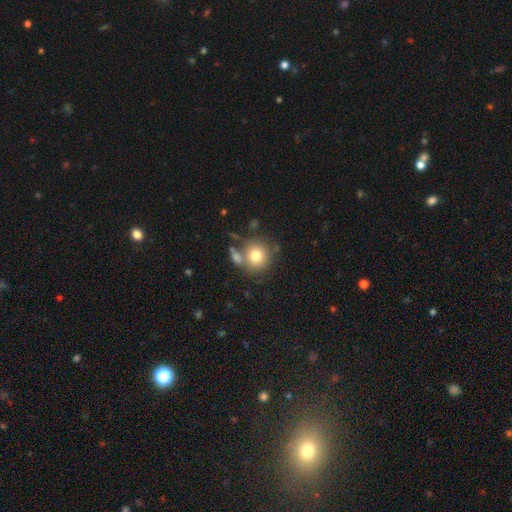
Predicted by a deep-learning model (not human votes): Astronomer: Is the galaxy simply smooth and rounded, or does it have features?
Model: smooth — 78%.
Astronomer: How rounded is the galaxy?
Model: round — 90%.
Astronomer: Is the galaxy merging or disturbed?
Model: none — 63%.